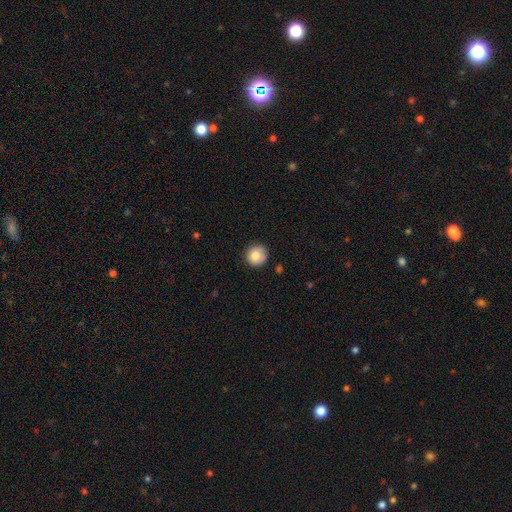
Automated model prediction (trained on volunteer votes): Overall: smooth (84%). How rounded: round (92%). Merging: none (83%).